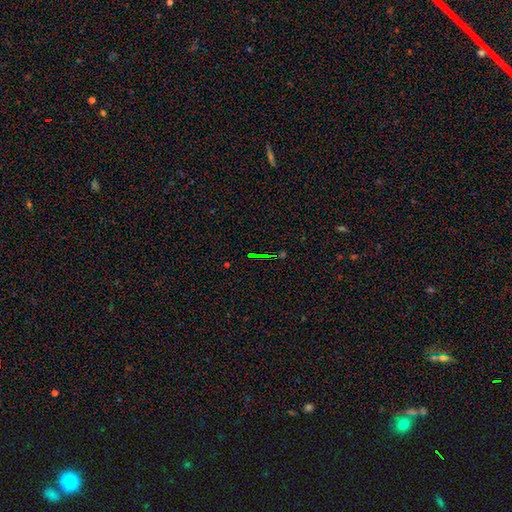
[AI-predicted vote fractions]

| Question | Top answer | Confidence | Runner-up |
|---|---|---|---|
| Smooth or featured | star or artifact | 72% | smooth (15%) |